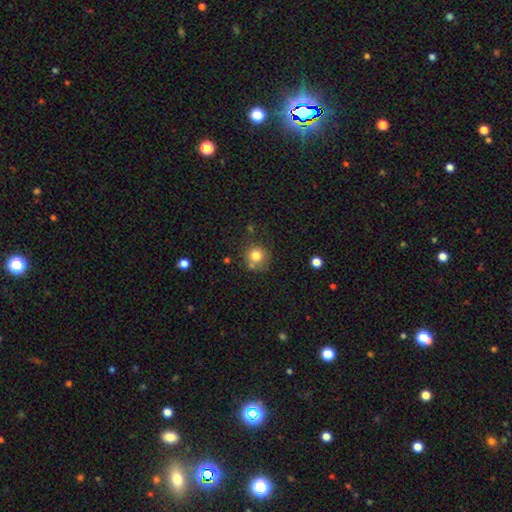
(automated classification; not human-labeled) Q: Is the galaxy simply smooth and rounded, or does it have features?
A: smooth — 79%.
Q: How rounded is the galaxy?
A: round — 89%.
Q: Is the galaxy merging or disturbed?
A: none — 67%.